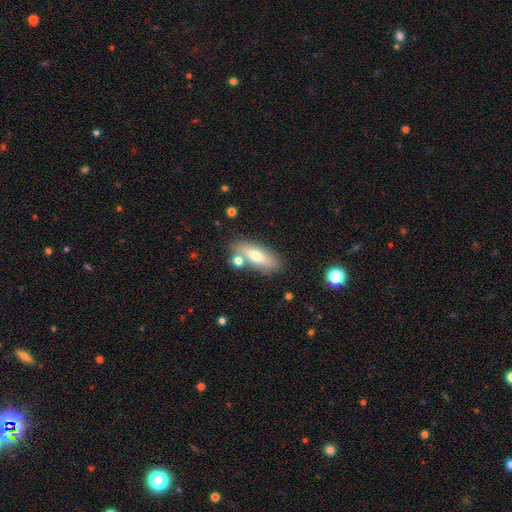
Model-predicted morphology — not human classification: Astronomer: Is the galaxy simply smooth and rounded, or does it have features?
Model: smooth — 64%.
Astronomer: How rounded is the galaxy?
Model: in between — 60% (runner-up: cigar-shaped, 37%).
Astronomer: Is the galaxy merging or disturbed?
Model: none — 75%.